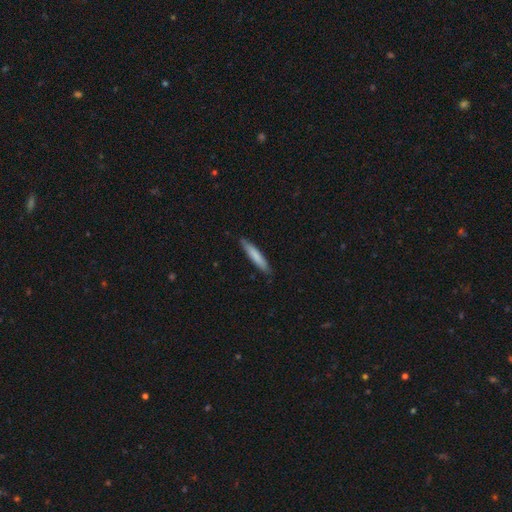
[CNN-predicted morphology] This is likely a smooth galaxy (77%). How rounded: clearly cigar-shaped (92%). Merging: clearly none (87%).